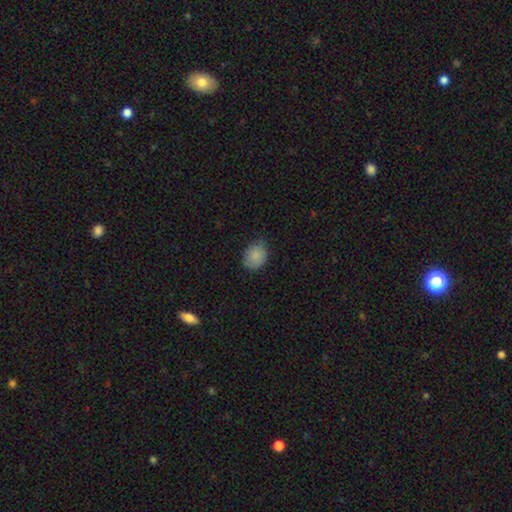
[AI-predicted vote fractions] Q: Smooth or featured?
A: smooth (86%); runner-up: star or artifact (8%)
Q: How rounded?
A: in between (51%); runner-up: round (48%)
Q: Merging?
A: none (70%); runner-up: minor disturbance (25%)